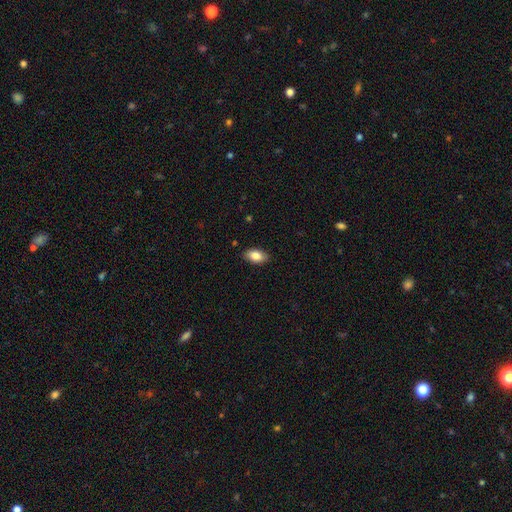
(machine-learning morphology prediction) Overall: smooth (85%). How rounded: in between (92%). Merging: none (87%).